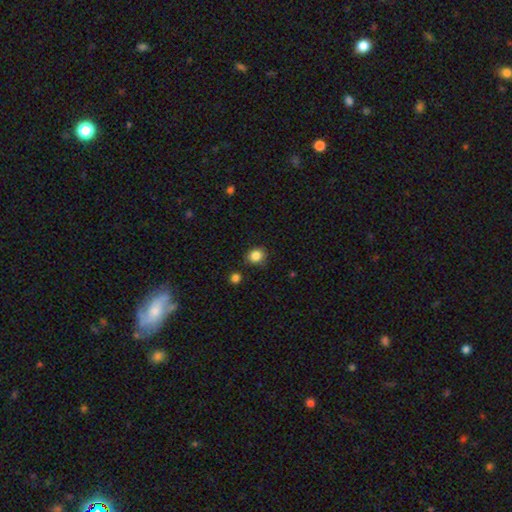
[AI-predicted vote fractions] smooth_or_featured: smooth (p=0.85) [alt: star or artifact p=0.11]
how_rounded: round (p=0.72) [alt: in between p=0.27]
merging: none (p=0.81) [alt: minor disturbance p=0.13]